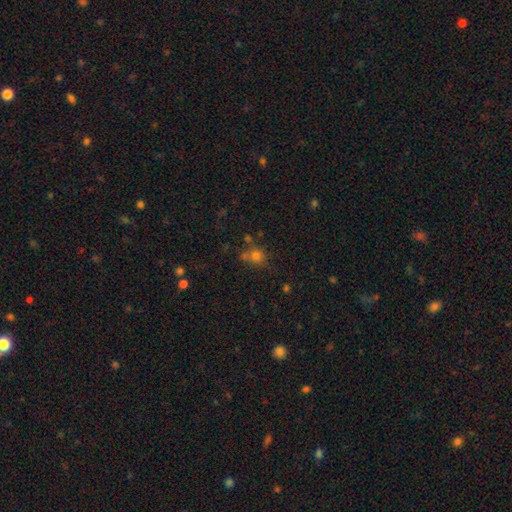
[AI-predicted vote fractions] A smooth galaxy with no disk features (68%) that is round (82%). Merging: none (62%).